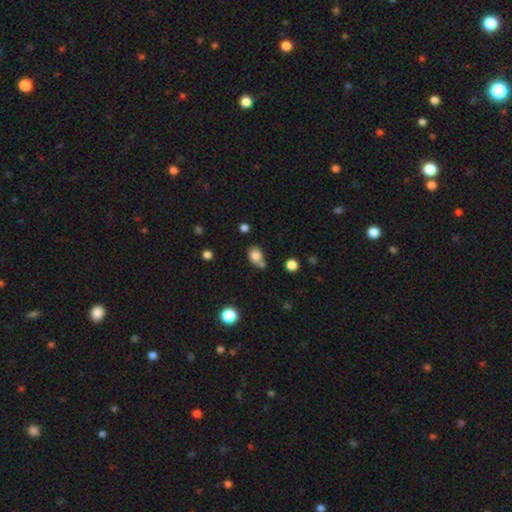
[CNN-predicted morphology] This appears to be a smooth galaxy with no disk features (81%) that is in between round and cigar-shaped (57%). Merging: none (56%).